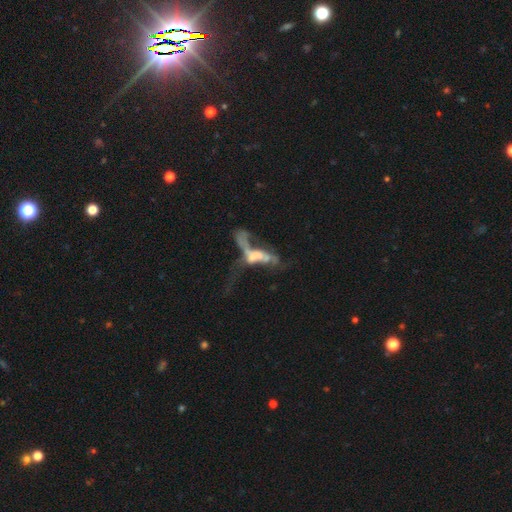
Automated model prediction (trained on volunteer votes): Morphology: type=featured or disk (58%); edge-on=no (85%); merging=merger (50%).